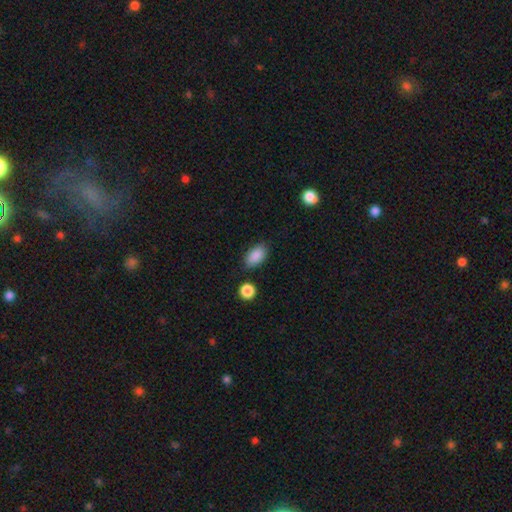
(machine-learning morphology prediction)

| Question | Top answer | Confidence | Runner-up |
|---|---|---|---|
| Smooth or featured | smooth | 88% | star or artifact (7%) |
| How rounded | in between | 91% | round (6%) |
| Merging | none | 80% | minor disturbance (13%) |